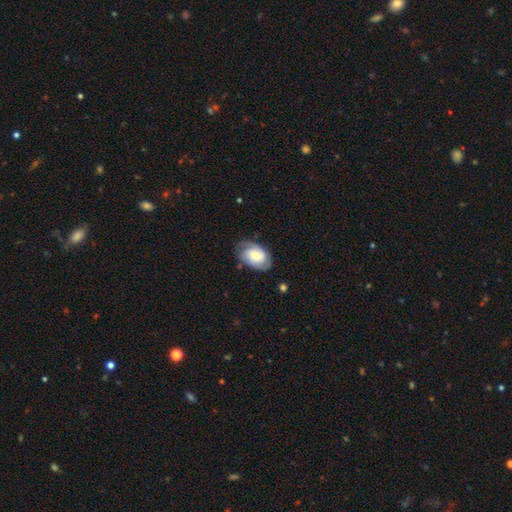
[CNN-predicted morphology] The model was most divided on "bulge size": small: 45%, moderate: 39%, large: 9%, none: 4%, dominant: 2%. More confident: edge-on disk — no (96%); spiral arms — yes (87%); merging — none (72%); bar — no (62%); smooth or featured — featured or disk (59%).